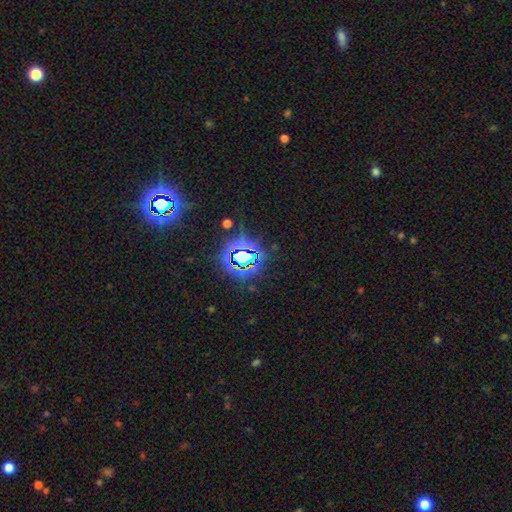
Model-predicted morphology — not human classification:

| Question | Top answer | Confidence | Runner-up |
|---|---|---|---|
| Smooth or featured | star or artifact | 80% | smooth (12%) |